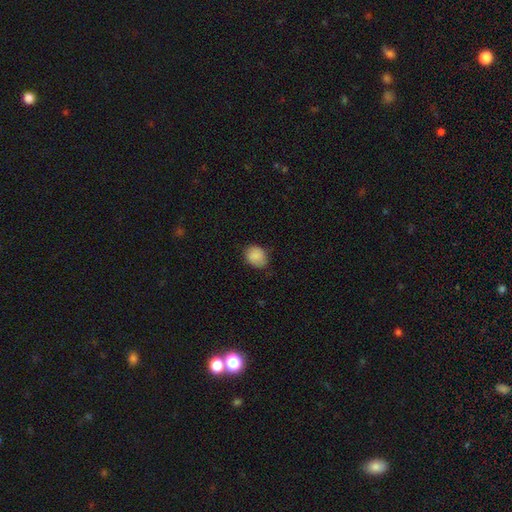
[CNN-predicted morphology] Smooth or featured? smooth (88%)
How rounded? round (58%)
Merging? none (74%)